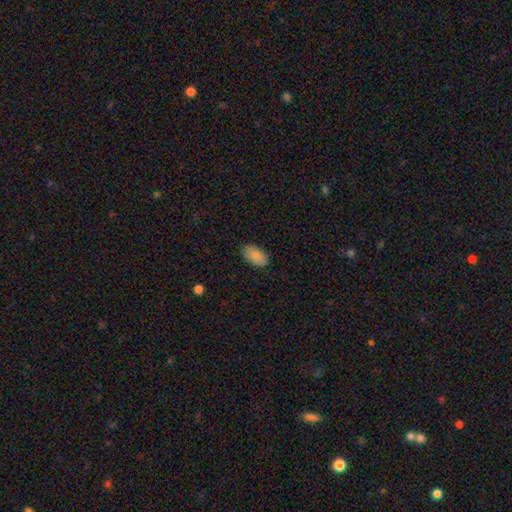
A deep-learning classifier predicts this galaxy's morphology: This appears to be a smooth galaxy with no disk features (88%) that is in between round and cigar-shaped (94%). Merging: none (86%).